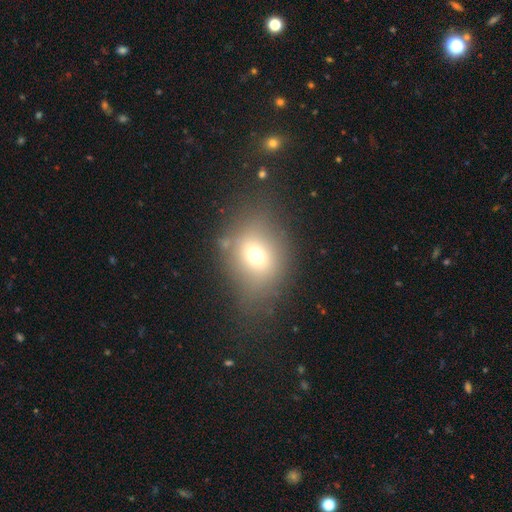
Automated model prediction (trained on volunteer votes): The model was most divided on "how rounded": in between: 51%, round: 48%, cigar-shaped: 2%. More confident: merging — none (67%); smooth or featured — smooth (65%).